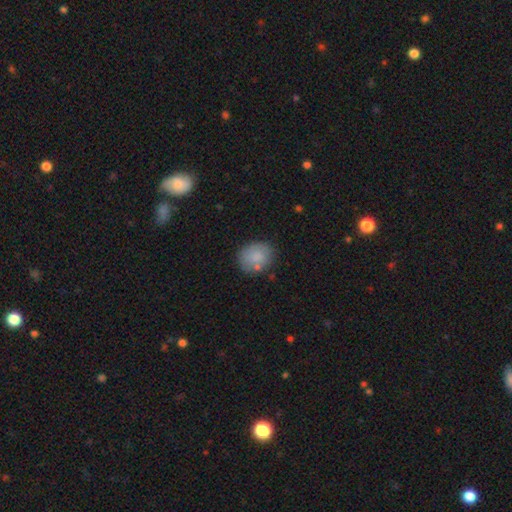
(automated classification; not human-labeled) The model was most divided on "how rounded": round: 58%, in between: 41%, cigar-shaped: 1%. More confident: smooth or featured — smooth (81%); merging — none (70%).